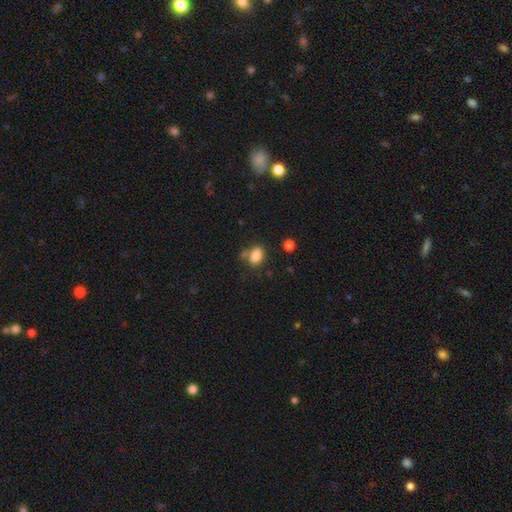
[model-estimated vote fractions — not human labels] A smooth galaxy with no disk features (84%) that is in between round and cigar-shaped (79%).

Vote fractions:
- Smooth or featured? smooth: 84% / star or artifact: 10% / featured or disk: 6%
- How rounded? in between: 79% / round: 20% / cigar-shaped: 2%
- Merging? none: 64% / minor disturbance: 17% / merger: 14% / major disturbance: 5%